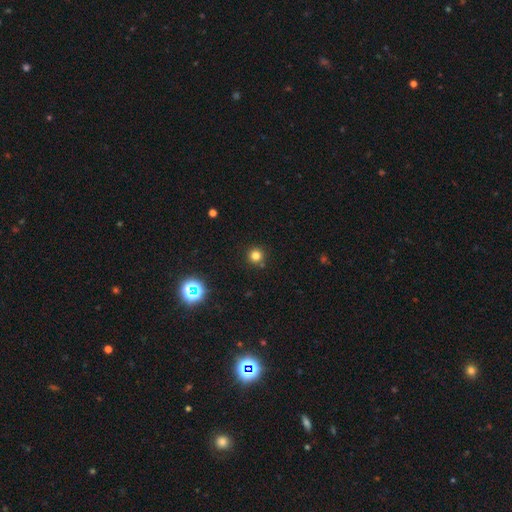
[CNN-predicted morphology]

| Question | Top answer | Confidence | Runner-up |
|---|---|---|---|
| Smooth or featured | smooth | 78% | star or artifact (17%) |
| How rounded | round | 95% | in between (4%) |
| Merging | none | 87% | minor disturbance (6%) |